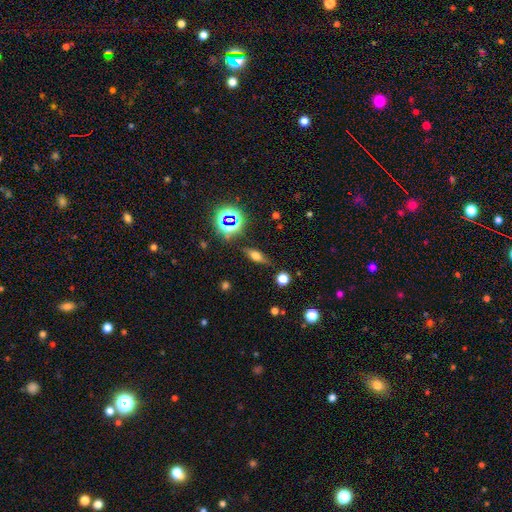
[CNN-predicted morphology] The model was most divided on "smooth or featured": smooth: 47%, featured or disk: 33%, star or artifact: 19%. More confident: merging — none (80%).